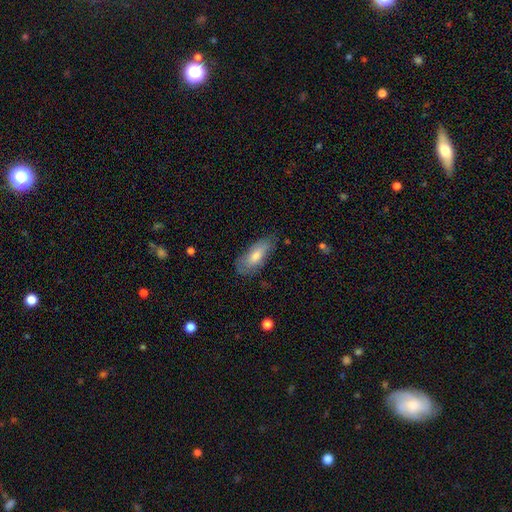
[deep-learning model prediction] Smooth or featured: smooth — 66% (featured or disk — 27%)
How rounded: in between — 74% (cigar-shaped — 23%)
Merging: none — 70% (minor disturbance — 23%)